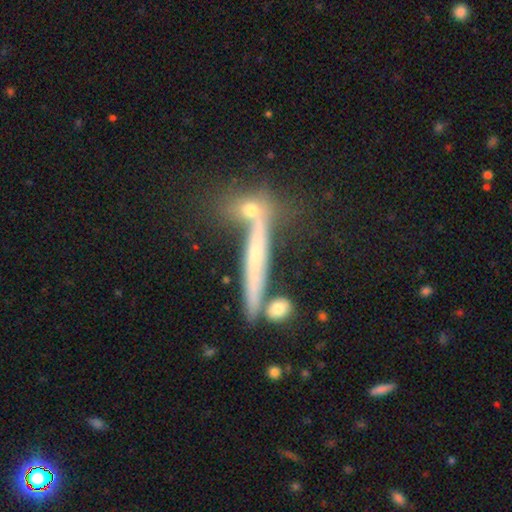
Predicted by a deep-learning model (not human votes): The model was most divided on "smooth or featured": featured or disk: 52%, smooth: 37%, star or artifact: 11%. More confident: edge-on disk — yes (81%); merging — none (61%).